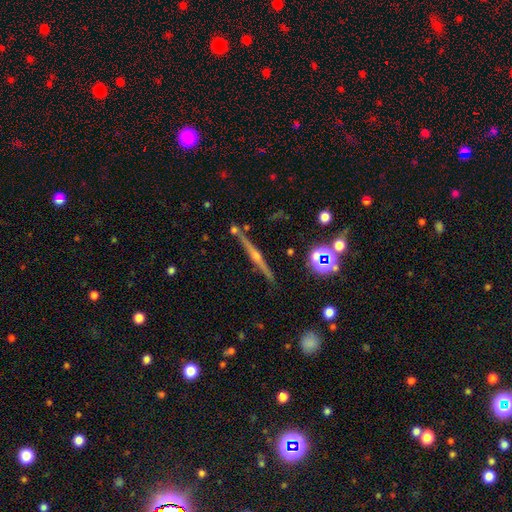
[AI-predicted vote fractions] Smooth or featured?
  - featured or disk: 79% *
  - smooth: 11%
  - star or artifact: 10%
Edge-on disk?
  - yes: 98% *
  - no: 2%
Edge-on bulge?
  - rounded: 90% *
  - none: 5%
  - boxy: 5%
Merging?
  - none: 87% *
  - minor disturbance: 8%
  - merger: 3%
  - major disturbance: 2%